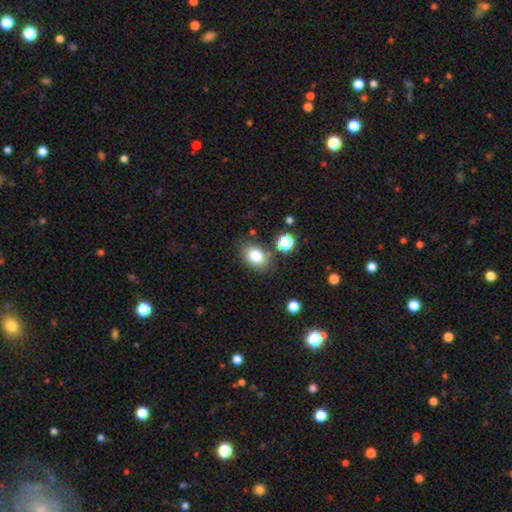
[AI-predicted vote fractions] Smooth or featured? Predicted: smooth (p=0.82). How rounded? Predicted: in between (p=0.78). Merging? Predicted: none (p=0.77).